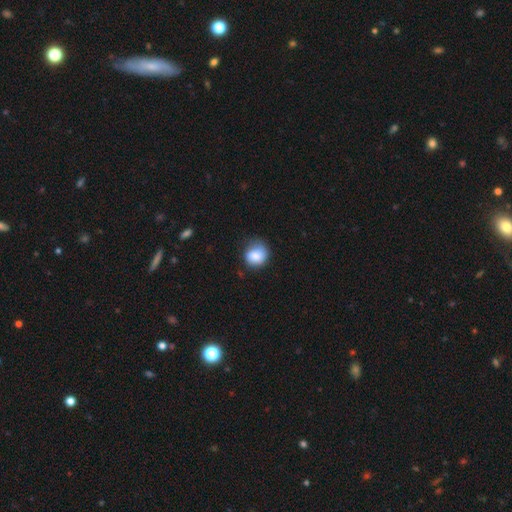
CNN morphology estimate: A smooth galaxy with no disk features (84%) that is round (73%). Merging: none (61%).